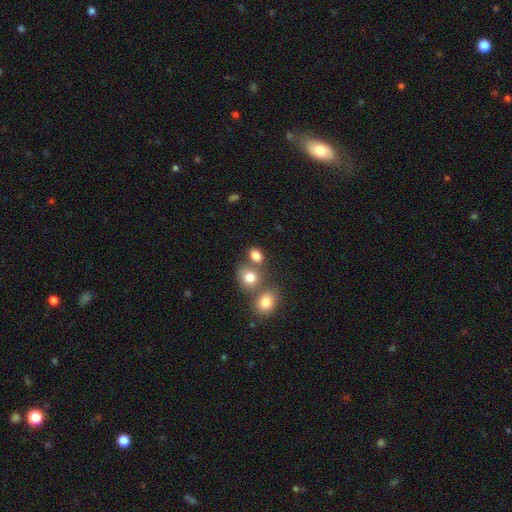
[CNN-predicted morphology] A smooth galaxy with no disk features (80%) that is in between round and cigar-shaped (60%).

Vote fractions:
- Smooth or featured? smooth: 80% / star or artifact: 12% / featured or disk: 8%
- How rounded? in between: 60% / round: 39% / cigar-shaped: 2%
- Merging? none: 55% / merger: 30% / minor disturbance: 11% / major disturbance: 5%